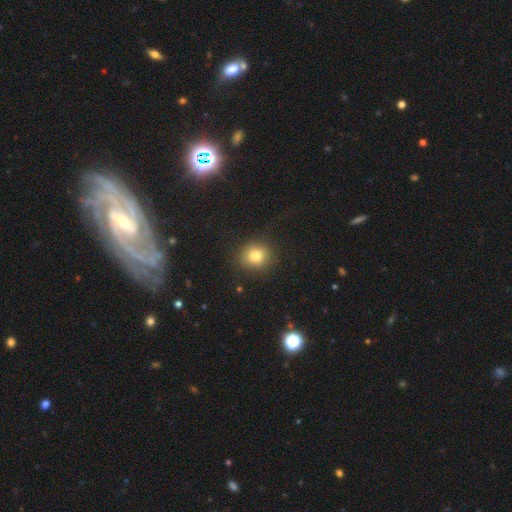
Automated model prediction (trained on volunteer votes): Smooth or featured? smooth (81%)
How rounded? round (82%)
Merging? none (86%)